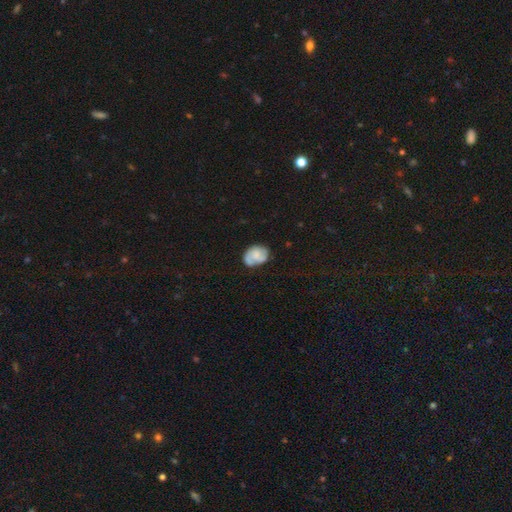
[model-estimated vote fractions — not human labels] Smooth or featured: smooth — 52% (featured or disk — 40%)
How rounded: in between — 66% (round — 33%)
Merging: none — 63% (minor disturbance — 26%)